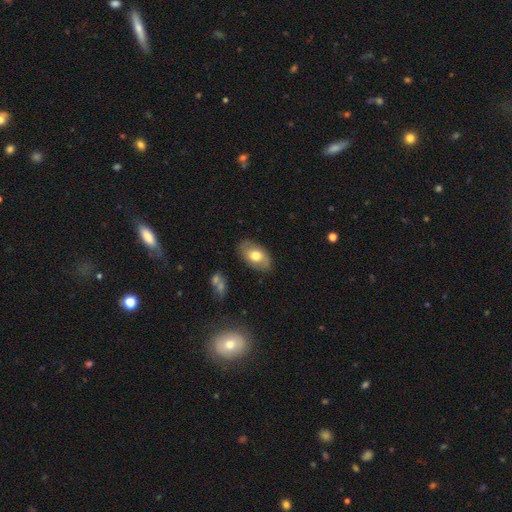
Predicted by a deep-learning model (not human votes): Q: Smooth or featured?
A: smooth (67%); runner-up: featured or disk (26%)
Q: How rounded?
A: in between (92%); runner-up: round (7%)
Q: Merging?
A: none (82%); runner-up: minor disturbance (13%)